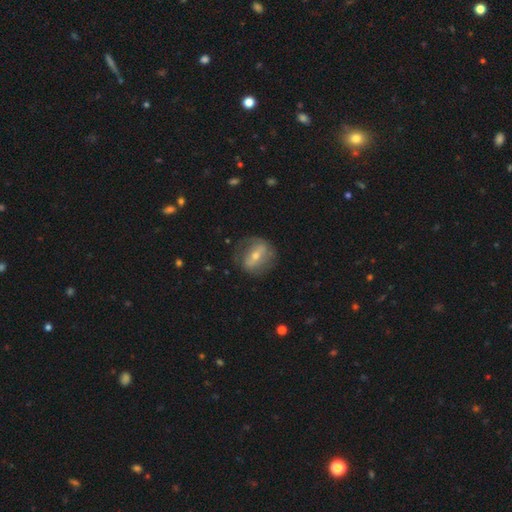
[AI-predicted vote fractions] Smooth or featured? featured or disk (62%)
Edge-on disk? no (88%)
Bar? strong (50%)
Spiral arms? yes (52%)
Bulge size? small (51%)
Merging? none (71%)